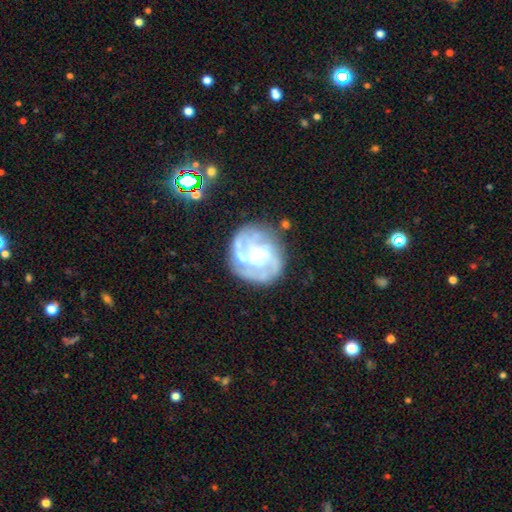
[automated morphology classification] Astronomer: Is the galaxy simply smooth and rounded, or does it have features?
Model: featured or disk — 80%.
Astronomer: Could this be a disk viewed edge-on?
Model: no — 98%.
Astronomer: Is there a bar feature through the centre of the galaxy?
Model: no — 49% (runner-up: weak, 39%).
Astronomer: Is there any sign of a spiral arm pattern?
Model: yes — 83%.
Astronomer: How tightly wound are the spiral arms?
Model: tight — 48% (runner-up: medium, 38%).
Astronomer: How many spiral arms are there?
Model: can't tell — 32% (runner-up: 3, 24%).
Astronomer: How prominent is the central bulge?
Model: moderate — 48% (runner-up: small, 39%).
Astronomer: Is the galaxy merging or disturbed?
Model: none — 66%.